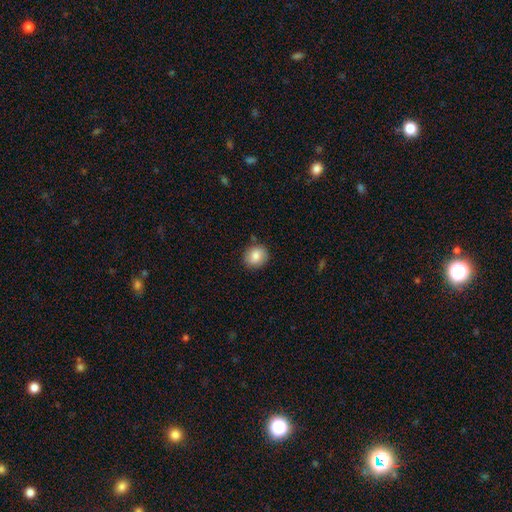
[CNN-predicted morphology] This appears to be a smooth galaxy with no disk features (83%) that is round (72%). Merging: none (84%).